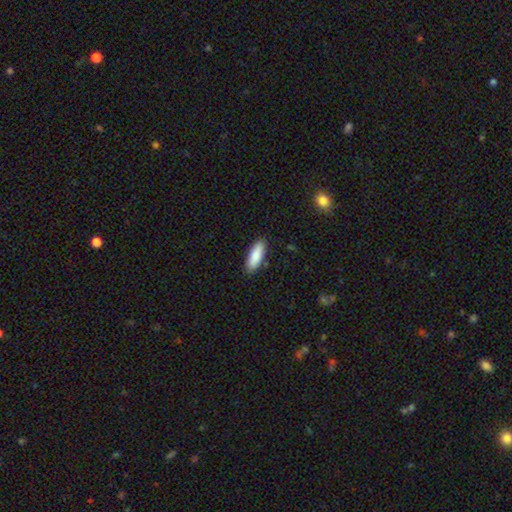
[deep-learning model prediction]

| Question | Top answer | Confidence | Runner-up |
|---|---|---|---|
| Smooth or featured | smooth | 87% | featured or disk (7%) |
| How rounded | in between | 61% | cigar-shaped (37%) |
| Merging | none | 88% | minor disturbance (9%) |